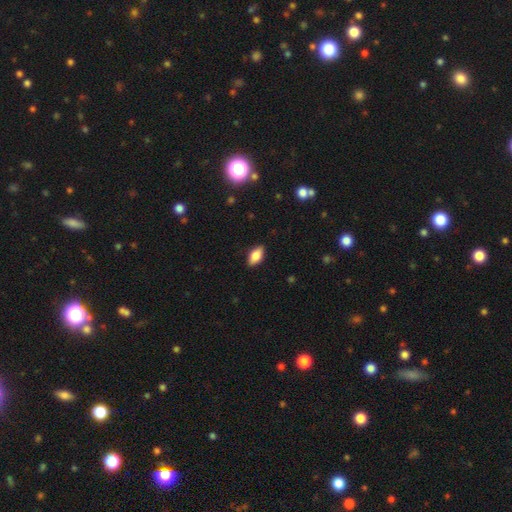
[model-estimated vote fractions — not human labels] This is clearly a smooth galaxy (80%). How rounded: clearly in between (90%). Merging: clearly none (87%).